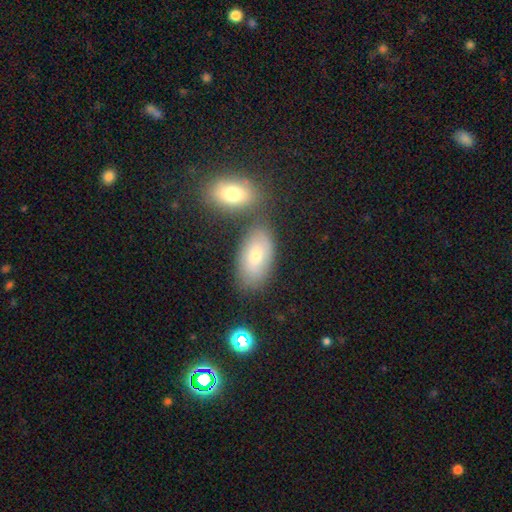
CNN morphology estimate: Smooth or featured: smooth — 66% (featured or disk — 24%)
How rounded: in between — 92% (round — 5%)
Merging: none — 65% (merger — 16%)